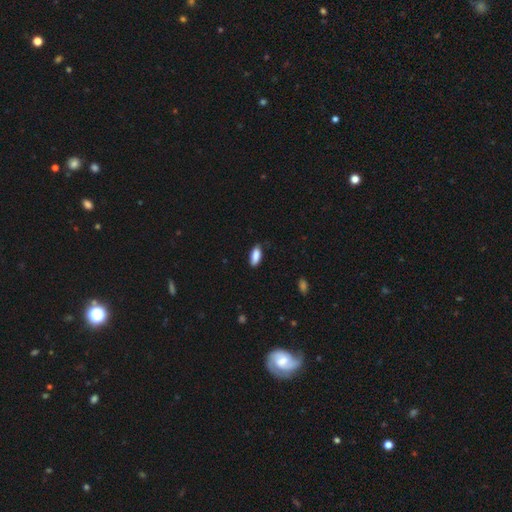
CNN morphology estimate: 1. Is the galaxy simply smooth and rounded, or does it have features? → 88% smooth, 6% star or artifact, 6% featured or disk.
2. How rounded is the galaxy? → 82% in between, 16% cigar-shaped, 2% round.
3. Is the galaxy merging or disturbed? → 76% none, 20% minor disturbance, 3% major disturbance, 1% merger.